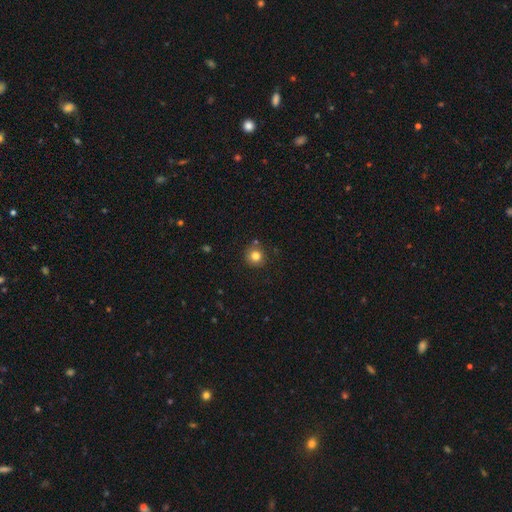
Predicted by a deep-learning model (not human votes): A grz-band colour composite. It shows a smooth galaxy with no disk features (81%) that is round (94%). Merging: none (85%).